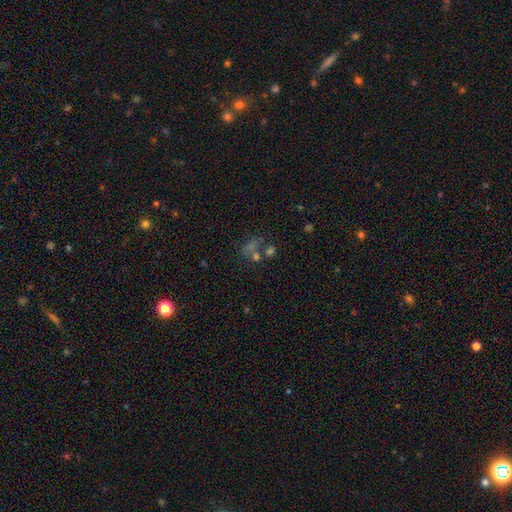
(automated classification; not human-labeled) Smooth or featured?
  - smooth: 45% *
  - star or artifact: 37%
  - featured or disk: 18%
Merging?
  - none: 46% *
  - merger: 31%
  - minor disturbance: 11%
  - major disturbance: 11%